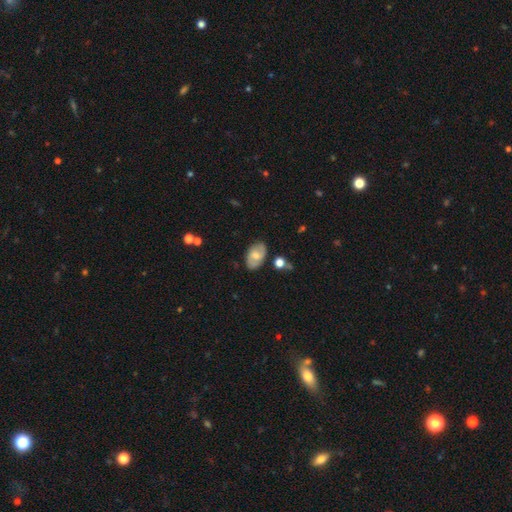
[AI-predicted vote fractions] Overall: featured or disk (47%; smooth 46%). Merging: none (79%).